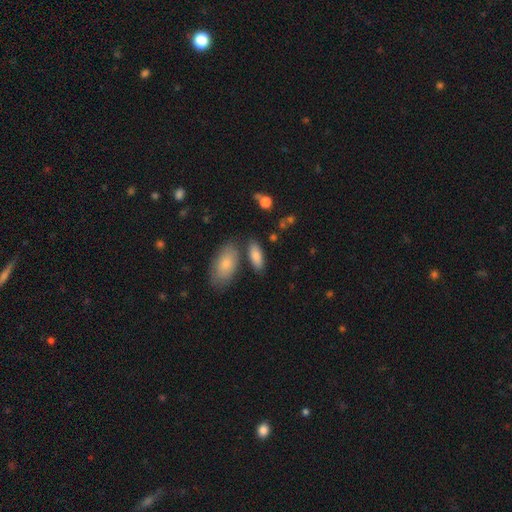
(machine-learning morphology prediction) smooth 81%, featured or disk 12%, star or artifact 7%. Down the decision tree: how rounded — in between (77%); merging — none (70%).